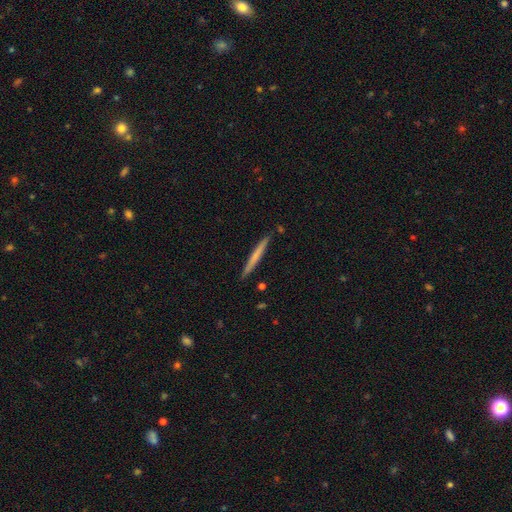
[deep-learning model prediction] Overall: smooth (58%; featured or disk 37%). How rounded: cigar-shaped (97%). Merging: none (91%).